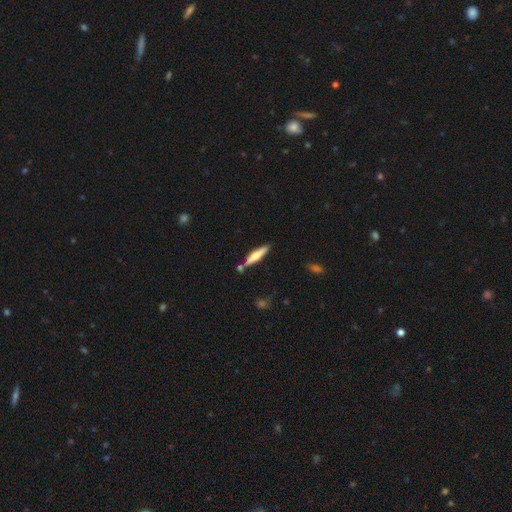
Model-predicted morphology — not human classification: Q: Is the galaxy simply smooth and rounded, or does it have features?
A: smooth — 52%.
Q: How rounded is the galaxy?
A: cigar-shaped — 84%.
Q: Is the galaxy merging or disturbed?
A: none — 76%.